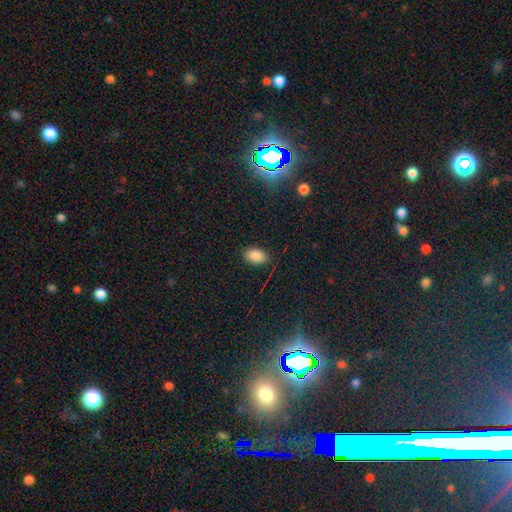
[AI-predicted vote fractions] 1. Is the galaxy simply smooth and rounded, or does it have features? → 85% smooth, 10% star or artifact, 5% featured or disk.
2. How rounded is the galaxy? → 88% in between, 10% round, 1% cigar-shaped.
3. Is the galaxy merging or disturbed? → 82% none, 14% minor disturbance, 3% major disturbance, 1% merger.